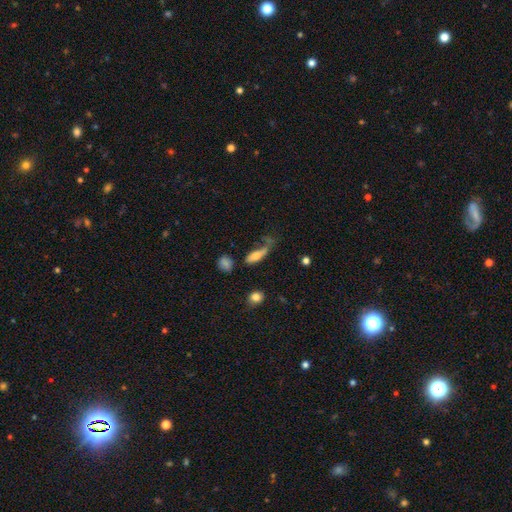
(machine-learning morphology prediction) smooth_or_featured: smooth (p=0.66) [alt: featured or disk p=0.25]
how_rounded: in between (p=0.50) [alt: cigar-shaped p=0.44]
merging: none (p=0.32) [alt: major disturbance p=0.31]